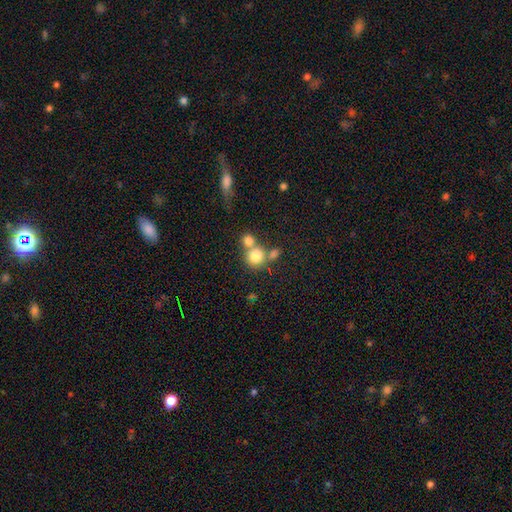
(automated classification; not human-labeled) Smooth or featured? Predicted: smooth (p=0.78). How rounded? Predicted: round (p=0.84). Merging? Predicted: merger (p=0.46).